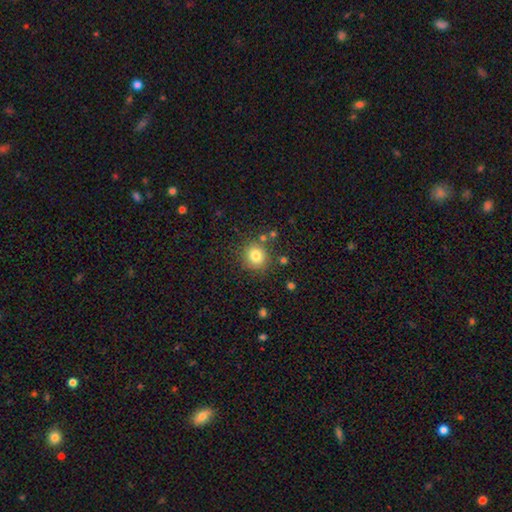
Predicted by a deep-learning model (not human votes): A smooth galaxy with no disk features (80%) that is round (87%).

Vote fractions:
- Smooth or featured? smooth: 80% / star or artifact: 12% / featured or disk: 8%
- How rounded? round: 87% / in between: 12% / cigar-shaped: 1%
- Merging? none: 82% / minor disturbance: 10% / merger: 5% / major disturbance: 3%